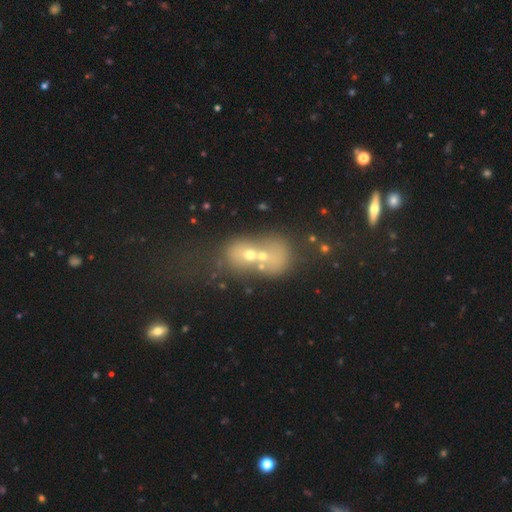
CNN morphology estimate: smooth_or_featured: smooth (p=0.46) [alt: featured or disk p=0.32]
merging: merger (p=0.69) [alt: none p=0.16]